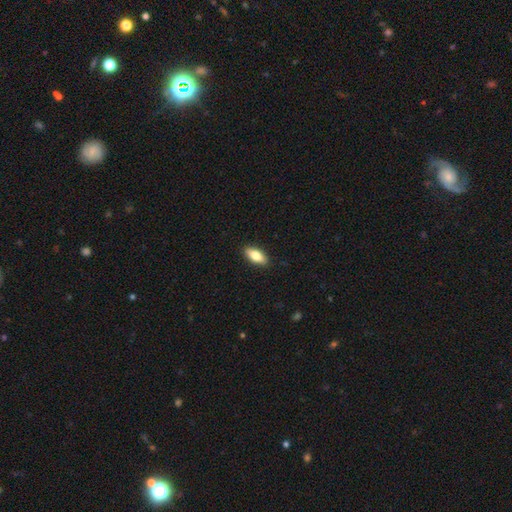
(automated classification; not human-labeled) Overall: smooth (74%). How rounded: in between (80%). Merging: none (90%).